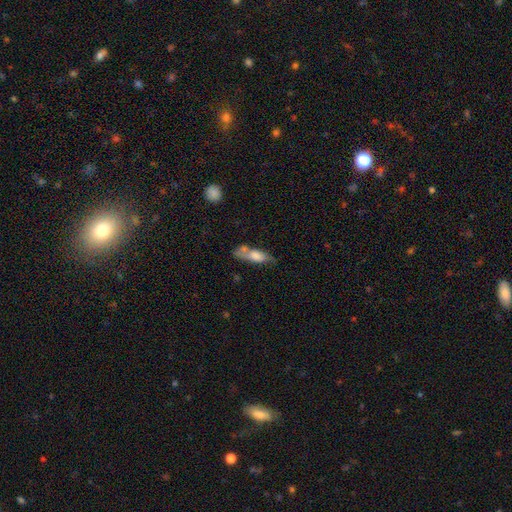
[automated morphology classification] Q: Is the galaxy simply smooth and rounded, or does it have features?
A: smooth — 67%.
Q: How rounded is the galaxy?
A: in between — 58%.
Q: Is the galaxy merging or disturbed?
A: none — 42%.